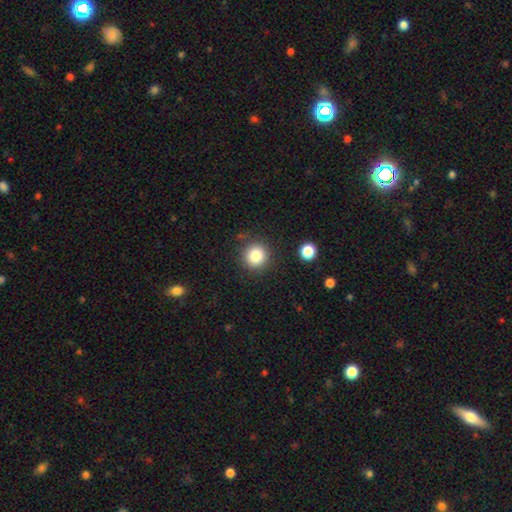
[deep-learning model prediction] A smooth galaxy with no disk features (84%) that is round (92%).

Vote fractions:
- Smooth or featured? smooth: 84% / star or artifact: 10% / featured or disk: 6%
- How rounded? round: 92% / in between: 7% / cigar-shaped: 1%
- Merging? none: 86% / minor disturbance: 8% / major disturbance: 3% / merger: 3%